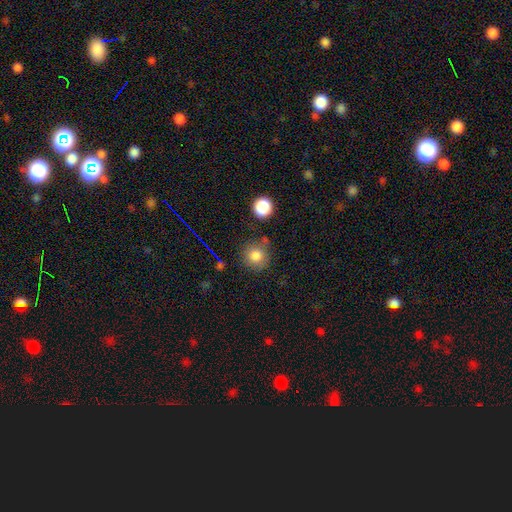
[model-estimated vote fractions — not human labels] The model was most divided on "merging": none: 75%, minor disturbance: 14%, merger: 7%, major disturbance: 4%. More confident: how rounded — round (92%); smooth or featured — smooth (81%).